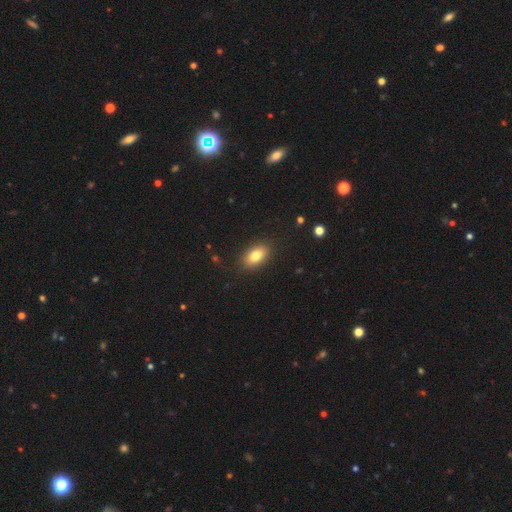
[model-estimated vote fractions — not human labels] Smooth or featured? Predicted: smooth (p=0.81). How rounded? Predicted: in between (p=0.89). Merging? Predicted: none (p=0.87).